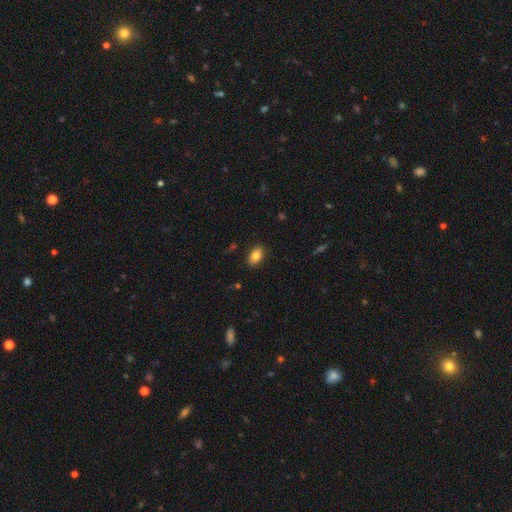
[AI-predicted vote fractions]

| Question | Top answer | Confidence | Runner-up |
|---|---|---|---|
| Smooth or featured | smooth | 84% | star or artifact (8%) |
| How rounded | in between | 88% | round (10%) |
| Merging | none | 87% | minor disturbance (10%) |